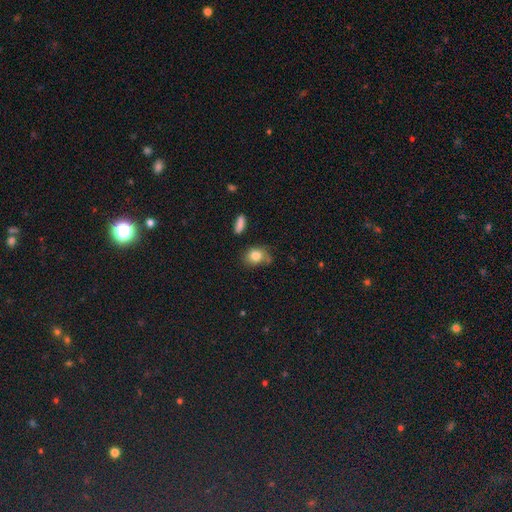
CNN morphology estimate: This appears to be a smooth galaxy with no disk features (81%) that is in between round and cigar-shaped (50%). Merging: none (60%).